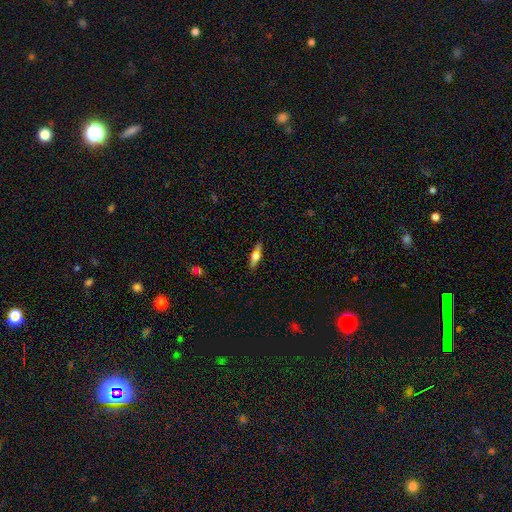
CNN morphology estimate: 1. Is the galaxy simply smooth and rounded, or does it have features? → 47% featured or disk, 45% smooth, 9% star or artifact.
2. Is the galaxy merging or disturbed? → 79% none, 13% minor disturbance, 5% merger, 3% major disturbance.